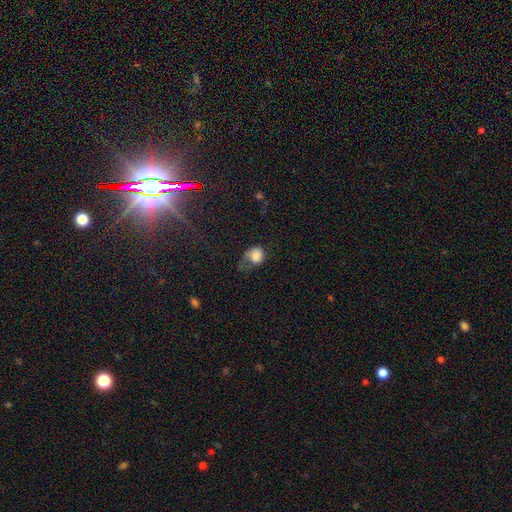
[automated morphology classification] smooth 76%, featured or disk 15%, star or artifact 9%. Down the decision tree: how rounded — round (50%); merging — major disturbance (46%).